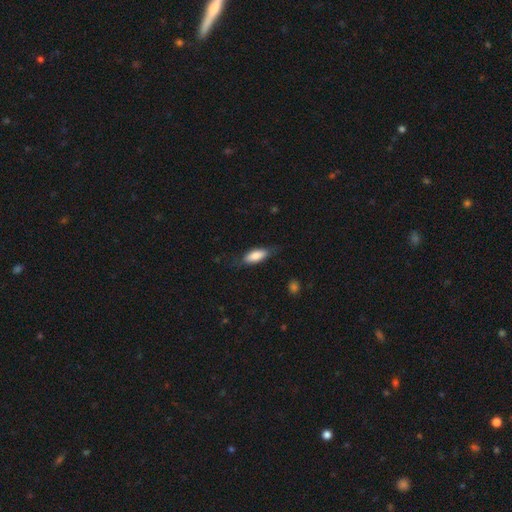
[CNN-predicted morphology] Smooth or featured: smooth — 78% (featured or disk — 16%)
How rounded: in between — 73% (cigar-shaped — 25%)
Merging: none — 72% (minor disturbance — 20%)